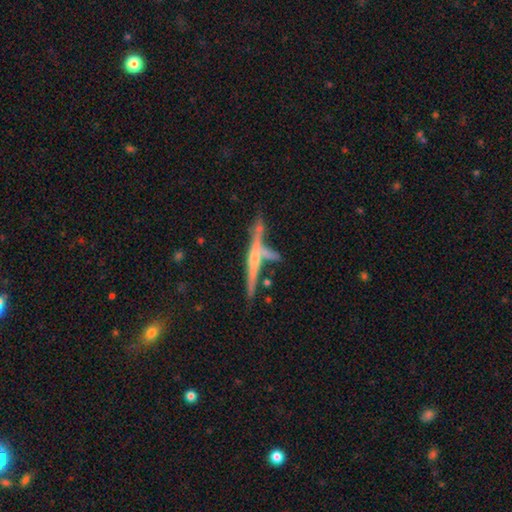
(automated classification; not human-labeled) The model was most divided on "edge-on bulge": rounded: 60%, none: 30%, boxy: 10%. More confident: edge-on disk — yes (94%); smooth or featured — featured or disk (71%); merging — none (58%).